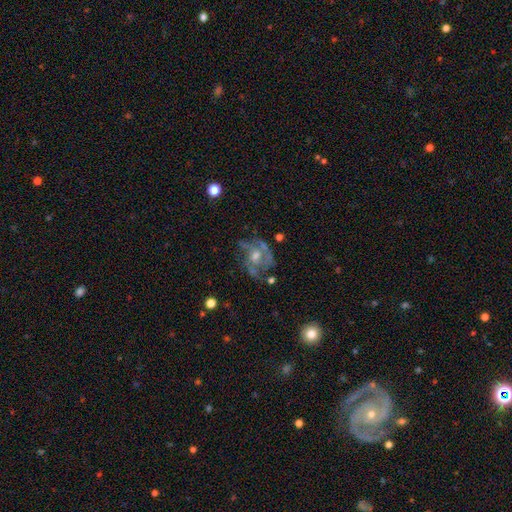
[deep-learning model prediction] A featured or disk galaxy (79%) with no bar (71%), 3 (29%) medium (47%) spiral arms (80%) and a moderate central bulge (58%).

Vote fractions:
- Smooth or featured? featured or disk: 79% / smooth: 11% / star or artifact: 10%
- Edge-on disk? no: 97% / yes: 3%
- Bar? no: 71% / weak: 24% / strong: 5%
- Spiral arms? yes: 80% / no: 20%
- Spiral winding? medium: 47% / tight: 31% / loose: 22%
- Spiral arm count? 3: 29% / can't tell: 28% / 2: 22% / 4: 10% / 1: 6% / more than 4: 5%
- Bulge size? moderate: 58% / small: 31% / large: 5% / none: 5% / dominant: 1%
- Merging? none: 54% / major disturbance: 22% / minor disturbance: 20% / merger: 4%